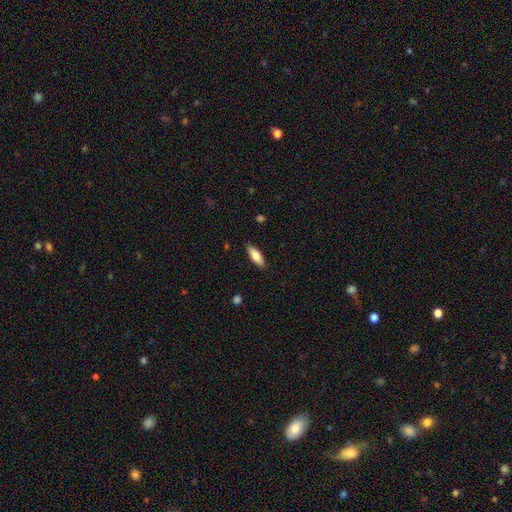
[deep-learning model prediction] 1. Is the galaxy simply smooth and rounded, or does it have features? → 78% smooth, 16% featured or disk, 6% star or artifact.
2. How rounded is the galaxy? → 64% in between, 34% cigar-shaped, 2% round.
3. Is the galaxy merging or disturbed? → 87% none, 10% minor disturbance, 2% major disturbance, 1% merger.